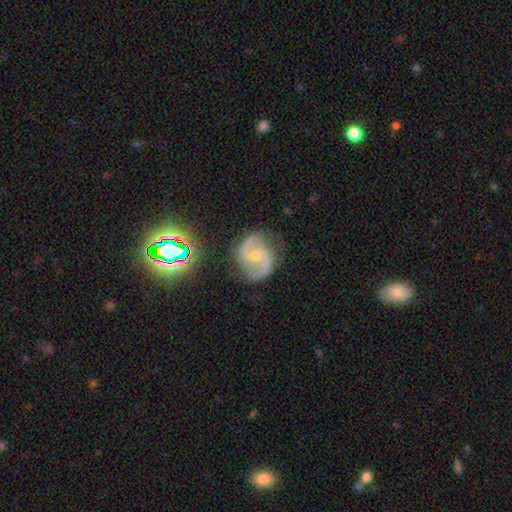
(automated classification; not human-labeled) This is clearly a featured or disk galaxy (87%). It is clearly not viewed edge-on (98%). Bar: possibly no (52%). Spiral arm pattern: clearly yes (97%). Spiral arm count: clearly 2 (91%). Spiral winding: possibly medium (58%). Central bulge: likely small (61%). Merging: likely none (75%).